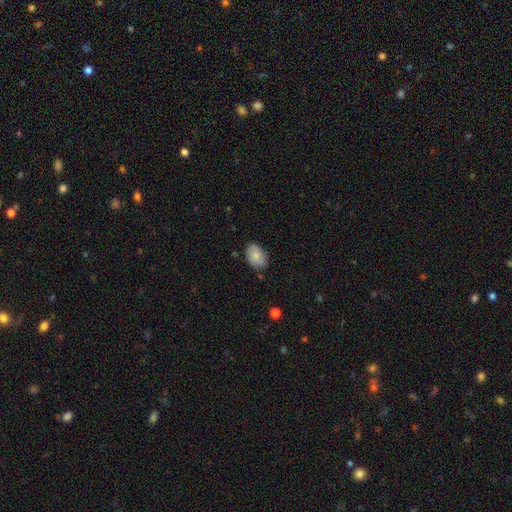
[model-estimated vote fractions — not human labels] Q: Smooth or featured?
A: smooth (80%); runner-up: featured or disk (13%)
Q: How rounded?
A: in between (86%); runner-up: round (13%)
Q: Merging?
A: none (75%); runner-up: minor disturbance (20%)